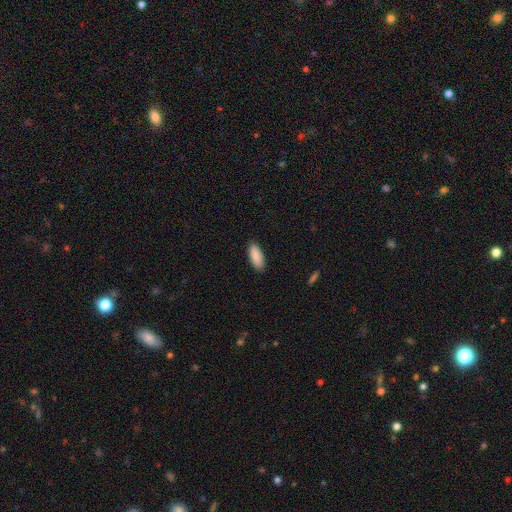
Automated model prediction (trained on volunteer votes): Q: Smooth or featured?
A: smooth (90%); runner-up: star or artifact (6%)
Q: How rounded?
A: in between (78%); runner-up: cigar-shaped (21%)
Q: Merging?
A: none (89%); runner-up: minor disturbance (8%)